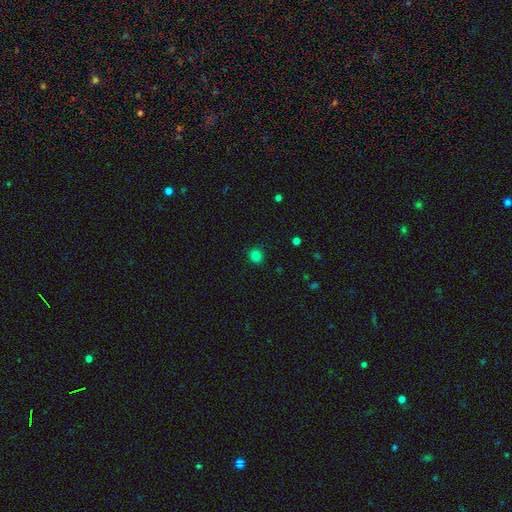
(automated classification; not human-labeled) Smooth or featured: smooth — 81% (star or artifact — 15%)
How rounded: round — 87% (in between — 12%)
Merging: none — 90% (minor disturbance — 7%)